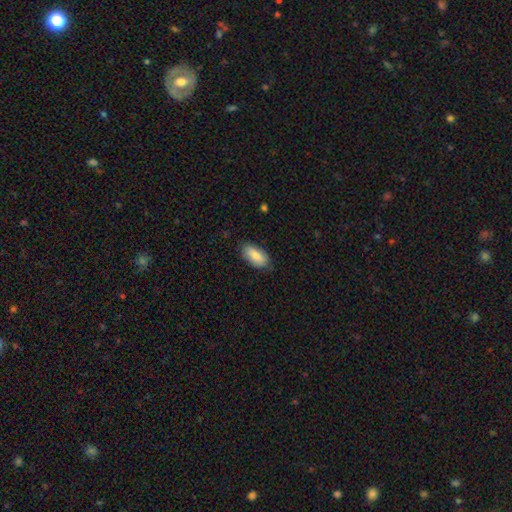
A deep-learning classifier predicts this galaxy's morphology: Smooth or featured?
  - smooth: 83% *
  - featured or disk: 11%
  - star or artifact: 6%
How rounded?
  - in between: 92% *
  - cigar-shaped: 6%
  - round: 3%
Merging?
  - none: 82% *
  - minor disturbance: 15%
  - major disturbance: 3%
  - merger: 1%